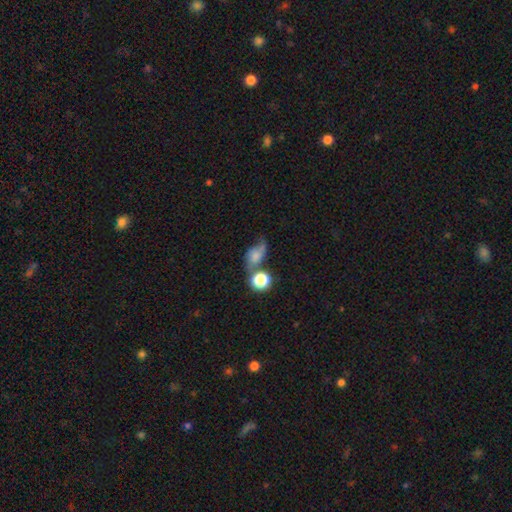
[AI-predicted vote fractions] Q: Smooth or featured?
A: smooth (60%); runner-up: featured or disk (26%)
Q: How rounded?
A: in between (60%); runner-up: round (36%)
Q: Merging?
A: none (31%); runner-up: merger (27%)